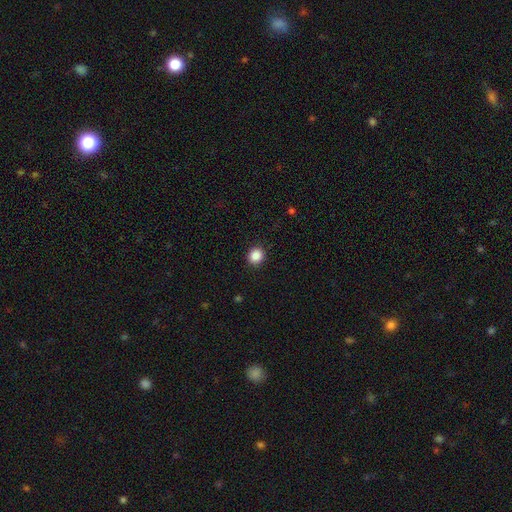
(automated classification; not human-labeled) Morphology: type=smooth (88%); roundness=round (85%); merging=none (91%).